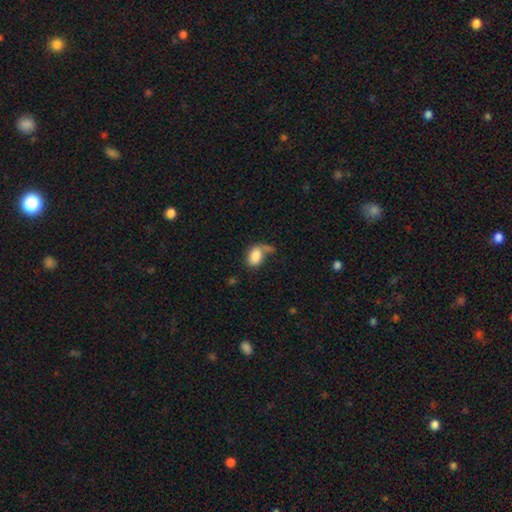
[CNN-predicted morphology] Smooth or featured?
  - smooth: 80% *
  - featured or disk: 12%
  - star or artifact: 8%
How rounded?
  - in between: 83% *
  - round: 15%
  - cigar-shaped: 2%
Merging?
  - none: 39% *
  - minor disturbance: 22%
  - major disturbance: 21%
  - merger: 17%